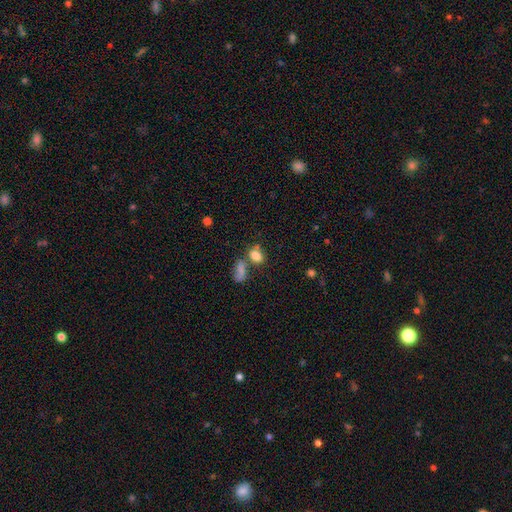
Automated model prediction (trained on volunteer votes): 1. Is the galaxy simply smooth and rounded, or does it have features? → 81% smooth, 11% star or artifact, 8% featured or disk.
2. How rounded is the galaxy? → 77% in between, 20% round, 3% cigar-shaped.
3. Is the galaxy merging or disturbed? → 49% none, 31% merger, 13% minor disturbance, 6% major disturbance.